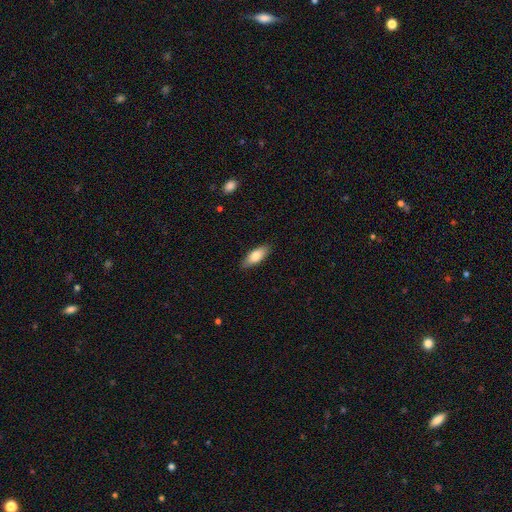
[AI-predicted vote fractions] Morphology: type=smooth (79%); roundness=in between (73%); merging=none (86%).